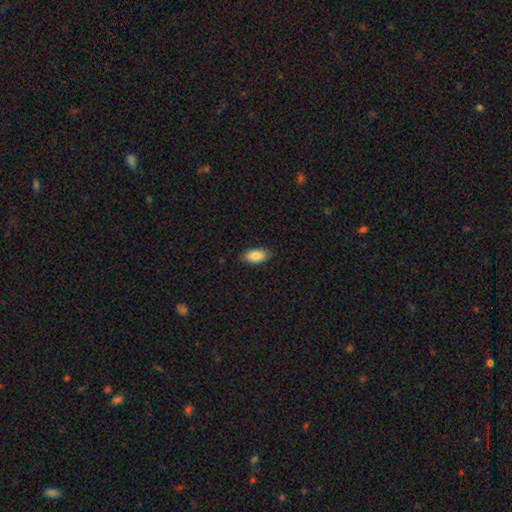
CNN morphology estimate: Smooth or featured? smooth (87%)
How rounded? in between (93%)
Merging? none (84%)